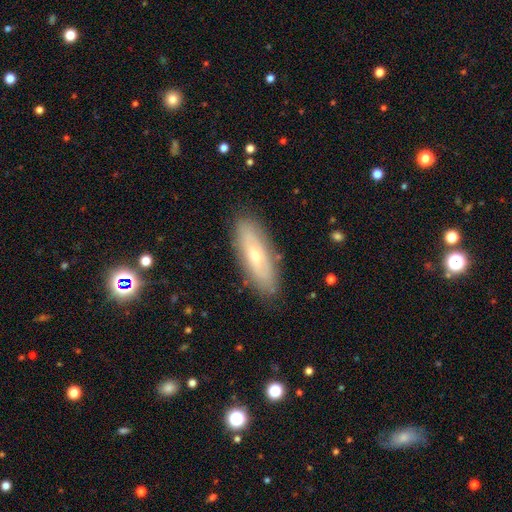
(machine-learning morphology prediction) smooth_or_featured: smooth (p=0.52) [alt: featured or disk p=0.40]
how_rounded: in between (p=0.54) [alt: cigar-shaped p=0.44]
merging: none (p=0.85) [alt: minor disturbance p=0.11]